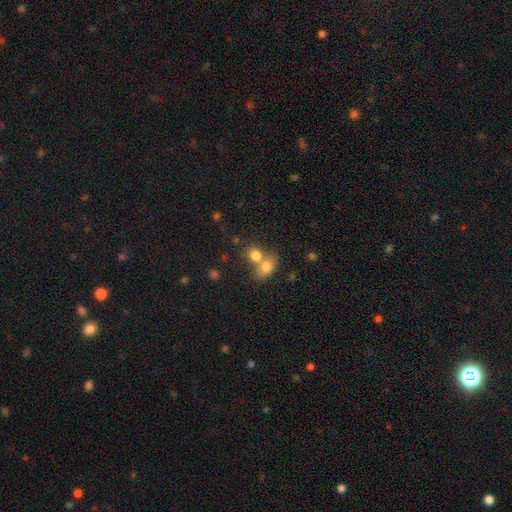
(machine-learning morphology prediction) Smooth or featured? smooth (78%)
How rounded? in between (51%)
Merging? merger (59%)